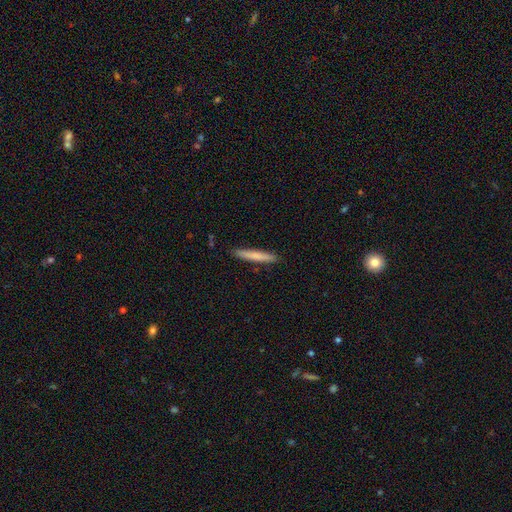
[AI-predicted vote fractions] smooth 74%, featured or disk 20%, star or artifact 5%. Down the decision tree: how rounded — cigar-shaped (95%); merging — none (90%).